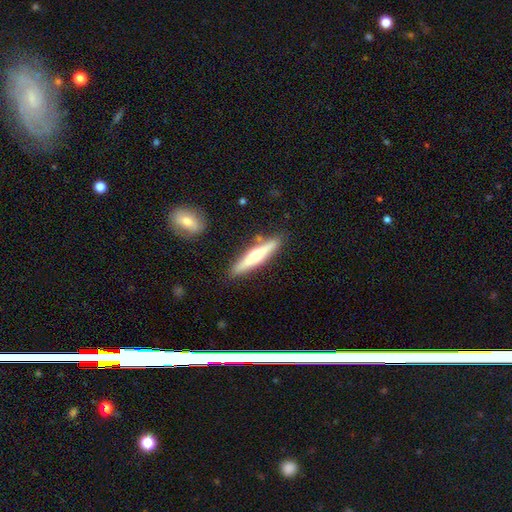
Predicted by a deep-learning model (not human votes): Q: Smooth or featured?
A: featured or disk (51%); runner-up: smooth (43%)
Q: Edge-on disk?
A: yes (95%); runner-up: no (5%)
Q: Merging?
A: none (84%); runner-up: minor disturbance (10%)